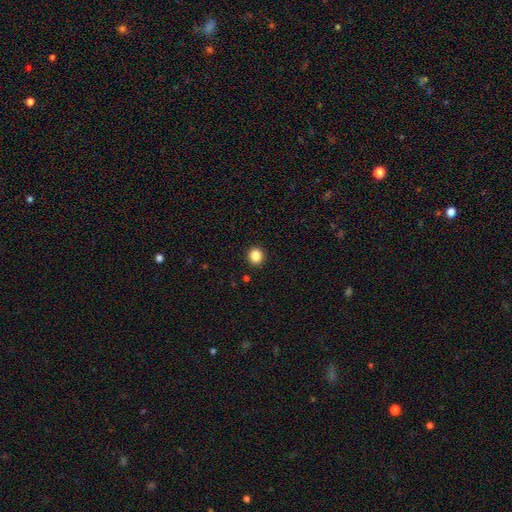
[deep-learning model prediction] A smooth galaxy with no disk features (86%) that is round (83%).

Vote fractions:
- Smooth or featured? smooth: 86% / star or artifact: 11% / featured or disk: 4%
- How rounded? round: 83% / in between: 16% / cigar-shaped: 1%
- Merging? none: 92% / minor disturbance: 5% / major disturbance: 2% / merger: 1%